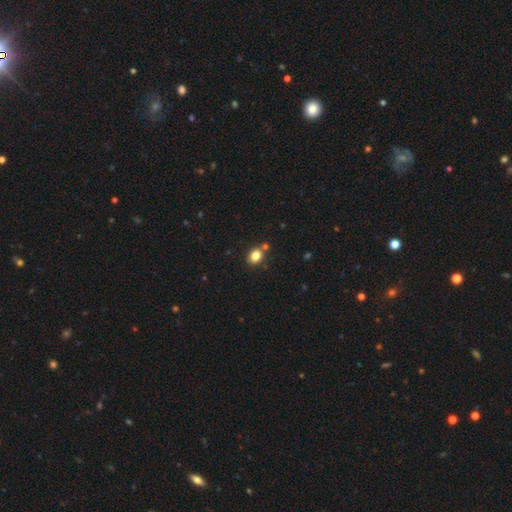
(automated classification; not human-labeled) Smooth or featured: smooth — 83% (star or artifact — 11%)
How rounded: in between — 53% (round — 46%)
Merging: none — 75% (minor disturbance — 11%)